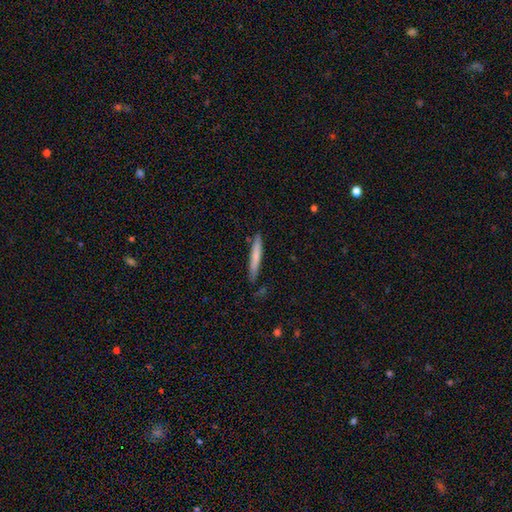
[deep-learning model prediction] Smooth or featured? smooth (70%)
How rounded? cigar-shaped (95%)
Merging? none (83%)